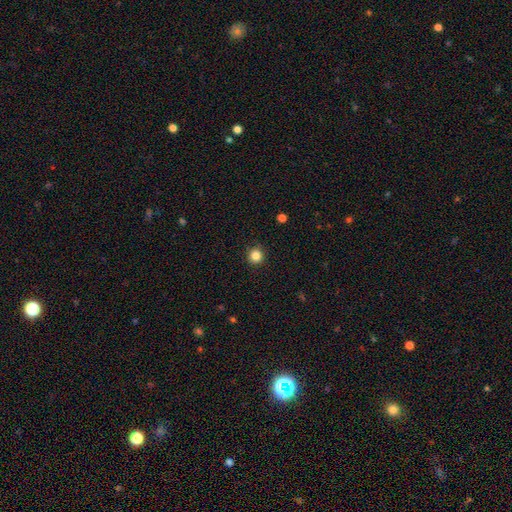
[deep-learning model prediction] A smooth galaxy with no disk features (84%) that is round (95%). Merging: none (92%).